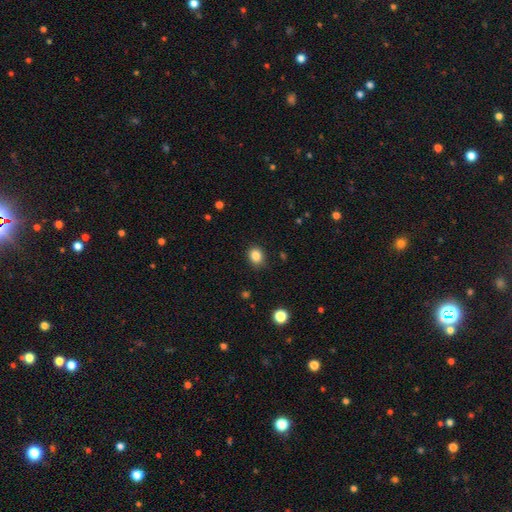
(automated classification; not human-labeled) This appears to be a smooth galaxy with no disk features (85%) that is round (61%). Merging: none (83%).